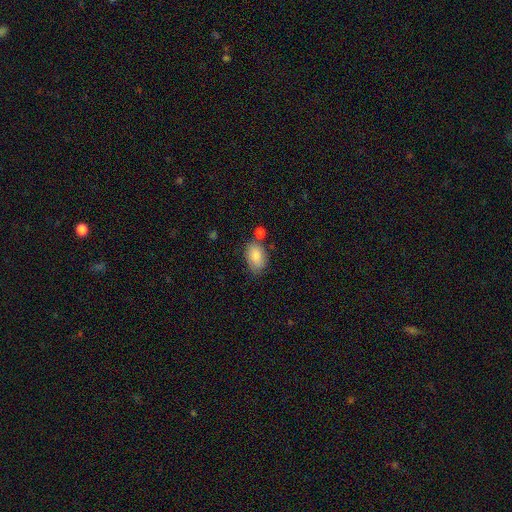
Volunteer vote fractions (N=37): A smooth galaxy with no disk features (95%) that is in between round and cigar-shaped (77%).

Vote fractions:
- Smooth or featured? smooth: 95% / featured or disk: 3% / star or artifact: 3%
- How rounded? in between: 77% / round: 20% / cigar-shaped: 3%
- Merging? none: 75% / minor disturbance: 14% / major disturbance: 6% / merger: 6%